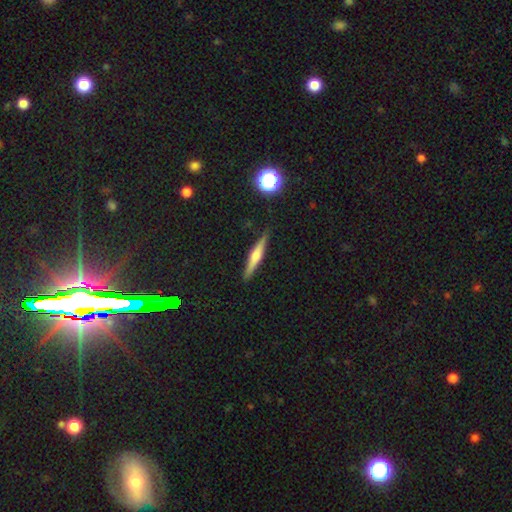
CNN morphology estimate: smooth-or-featured: featured or disk: 58% | smooth: 34% | star or artifact: 8%
  disk-edge-on: yes: 97% | no: 3%
    edge-on-bulge: rounded: 80% | boxy: 11% | none: 9%
  merging: none: 89% | minor disturbance: 8% | major disturbance: 2% | merger: 1%